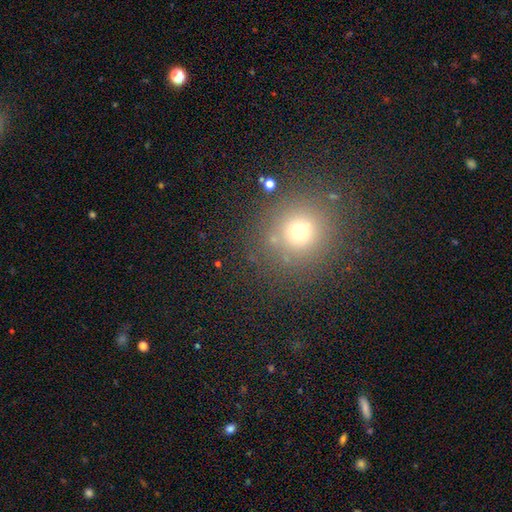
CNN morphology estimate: Smooth or featured: smooth — 63% (star or artifact — 29%)
How rounded: round — 90% (in between — 9%)
Merging: none — 87% (minor disturbance — 7%)